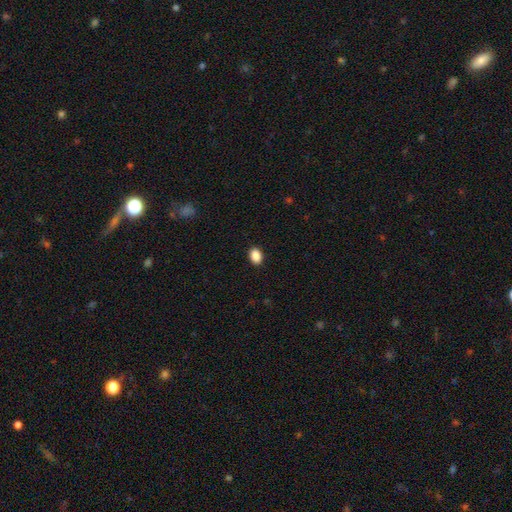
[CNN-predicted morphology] Overall: smooth (90%). How rounded: in between (80%). Merging: none (90%).